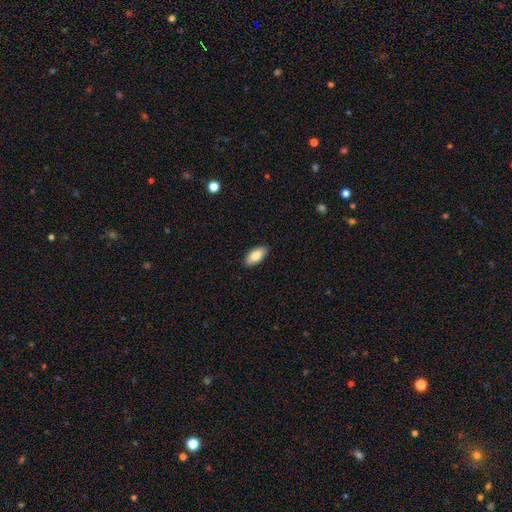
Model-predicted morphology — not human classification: Overall: smooth (85%). How rounded: in between (92%). Merging: none (89%).